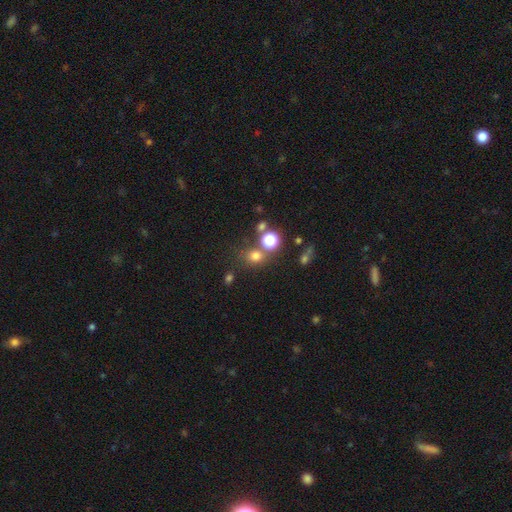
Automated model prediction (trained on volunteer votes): smooth_or_featured: smooth (p=0.71) [alt: star or artifact p=0.21]
how_rounded: round (p=0.75) [alt: in between p=0.24]
merging: none (p=0.66) [alt: merger p=0.18]